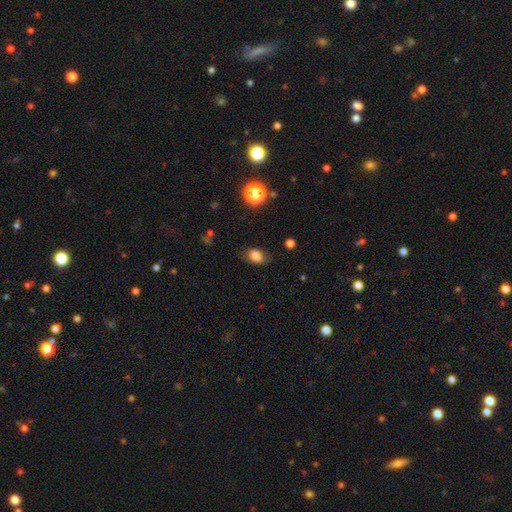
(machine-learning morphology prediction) The model was most divided on "how rounded": in between: 78%, round: 20%, cigar-shaped: 2%. More confident: smooth or featured — smooth (80%); merging — none (76%).